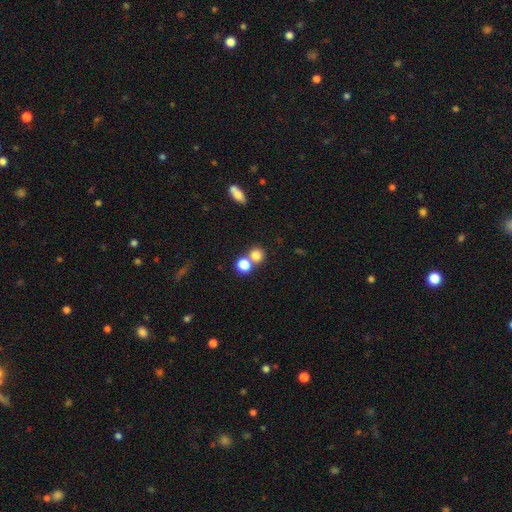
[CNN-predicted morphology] smooth-or-featured: smooth: 79% | star or artifact: 13% | featured or disk: 8%
  how-rounded: round: 87% | in between: 12% | cigar-shaped: 1%
  merging: none: 54% | merger: 36% | minor disturbance: 7% | major disturbance: 3%